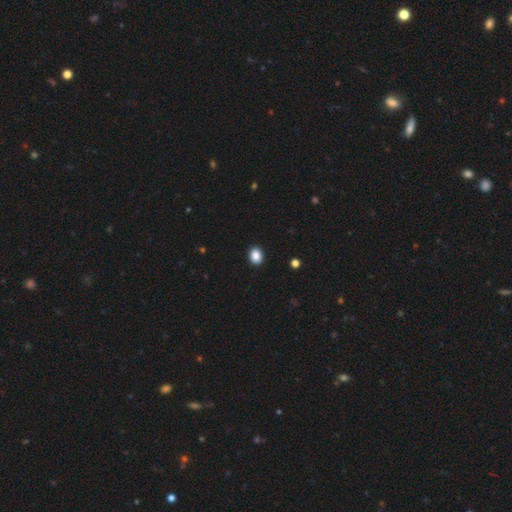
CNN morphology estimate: Overall: smooth (88%). How rounded: in between (57%; round 42%). Merging: none (91%).